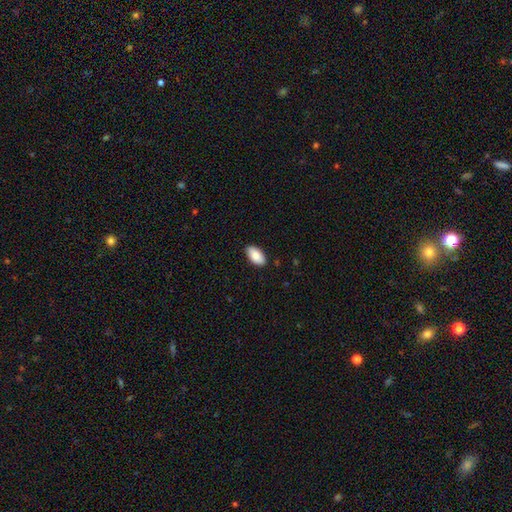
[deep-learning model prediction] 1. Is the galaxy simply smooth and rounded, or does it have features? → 87% smooth, 7% featured or disk, 6% star or artifact.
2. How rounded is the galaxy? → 94% in between, 3% round, 3% cigar-shaped.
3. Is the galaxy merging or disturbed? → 88% none, 10% minor disturbance, 2% major disturbance, 1% merger.